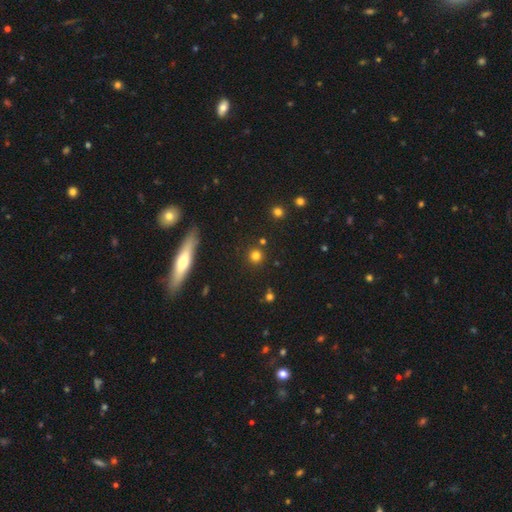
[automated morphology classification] smooth 77%, star or artifact 16%, featured or disk 7%. Down the decision tree: how rounded — round (94%); merging — none (87%).